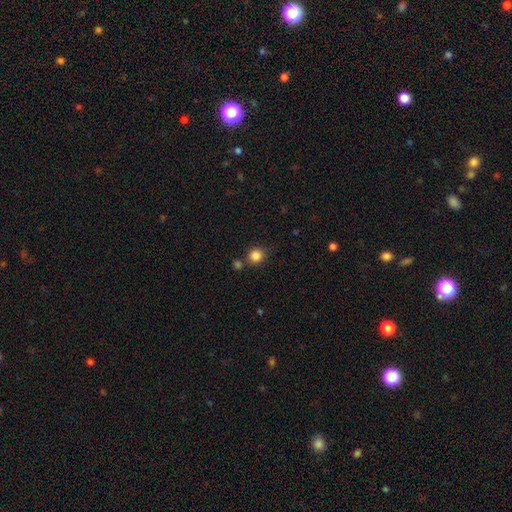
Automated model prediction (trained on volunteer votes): smooth_or_featured: smooth (p=0.85) [alt: star or artifact p=0.11]
how_rounded: round (p=0.89) [alt: in between p=0.10]
merging: none (p=0.75) [alt: merger p=0.11]